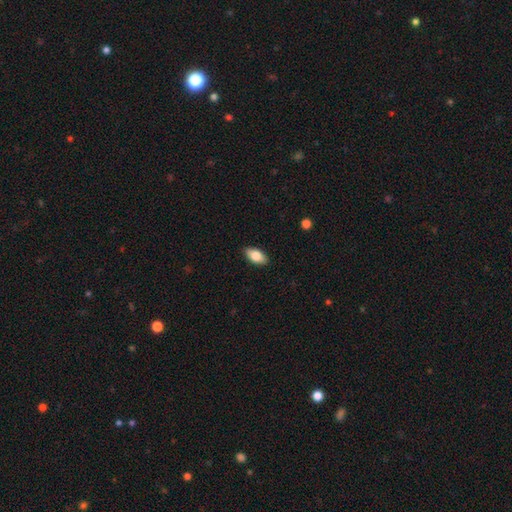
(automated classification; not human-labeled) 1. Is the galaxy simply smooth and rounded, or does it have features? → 81% smooth, 12% featured or disk, 7% star or artifact.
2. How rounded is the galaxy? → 92% in between, 5% cigar-shaped, 3% round.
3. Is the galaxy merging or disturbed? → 89% none, 8% minor disturbance, 2% major disturbance, 1% merger.